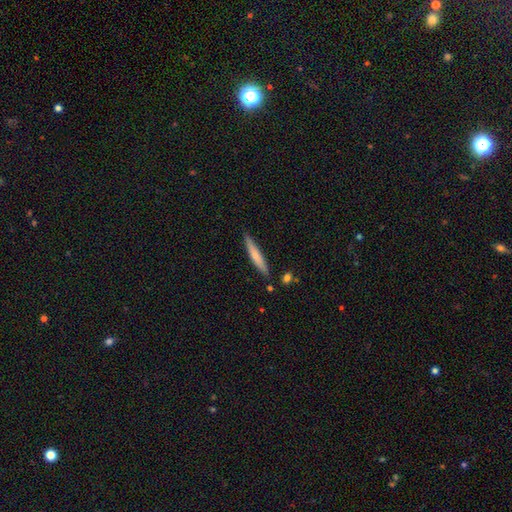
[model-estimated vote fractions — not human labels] Morphology: type=smooth (62%); roundness=cigar-shaped (93%); merging=none (83%).